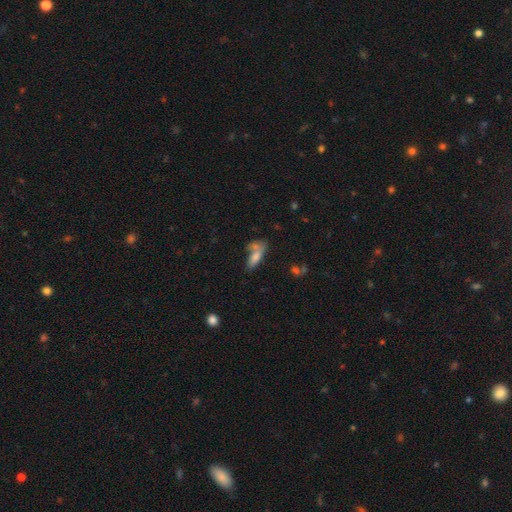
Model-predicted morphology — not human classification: type=smooth (74%); roundness=in between (66%); merging=none (37%).